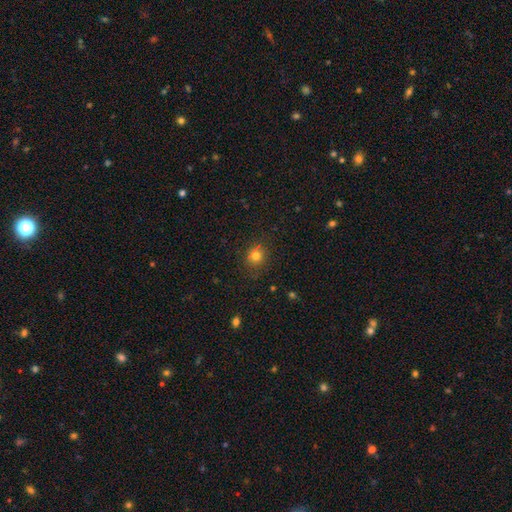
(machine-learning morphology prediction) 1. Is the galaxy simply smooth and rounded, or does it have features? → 76% smooth, 16% star or artifact, 8% featured or disk.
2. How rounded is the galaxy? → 78% round, 21% in between, 1% cigar-shaped.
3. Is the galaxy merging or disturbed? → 81% none, 12% minor disturbance, 4% major disturbance, 2% merger.